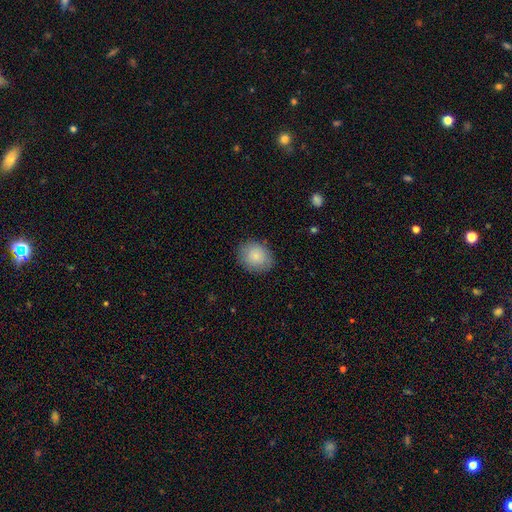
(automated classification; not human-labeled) Smooth or featured: smooth — 83% (featured or disk — 10%)
How rounded: round — 65% (in between — 35%)
Merging: none — 83% (minor disturbance — 12%)